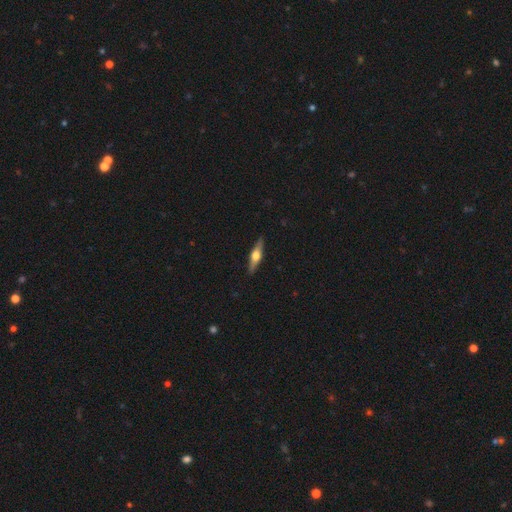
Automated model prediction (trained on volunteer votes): Smooth or featured?
  - featured or disk: 62% *
  - smooth: 32%
  - star or artifact: 5%
Edge-on disk?
  - yes: 96% *
  - no: 4%
Edge-on bulge?
  - rounded: 94% *
  - boxy: 4%
  - none: 2%
Merging?
  - none: 90% *
  - minor disturbance: 7%
  - major disturbance: 1%
  - merger: 1%